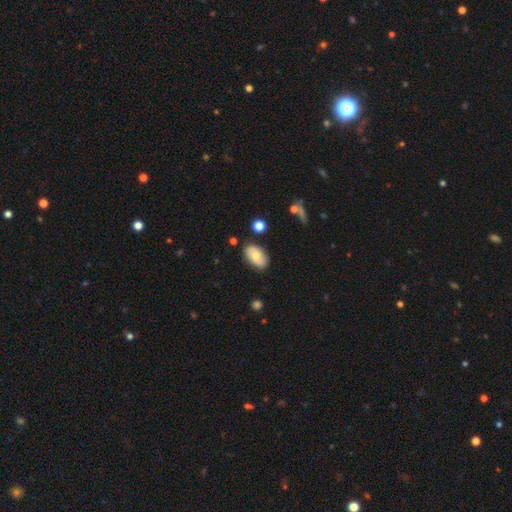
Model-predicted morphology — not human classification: Smooth or featured? Predicted: smooth (p=0.68). How rounded? Predicted: in between (p=0.92). Merging? Predicted: none (p=0.81).